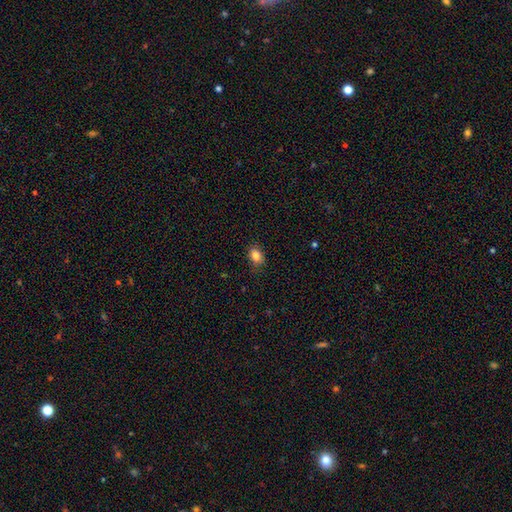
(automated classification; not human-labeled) smooth-or-featured: smooth: 84% | star or artifact: 10% | featured or disk: 6%
  how-rounded: in between: 70% | round: 29% | cigar-shaped: 1%
  merging: none: 84% | minor disturbance: 12% | major disturbance: 3% | merger: 1%